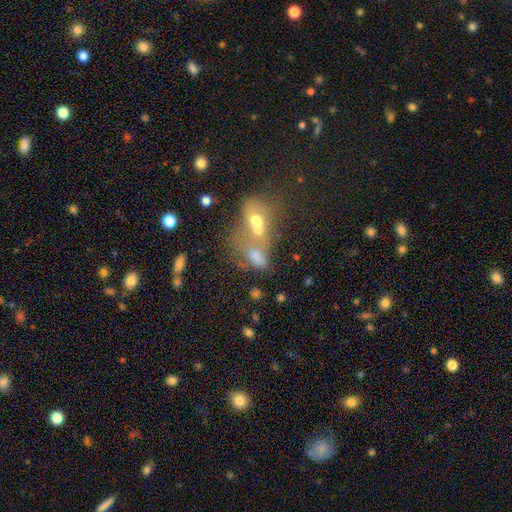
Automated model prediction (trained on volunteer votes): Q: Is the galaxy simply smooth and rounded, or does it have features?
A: smooth — 56%.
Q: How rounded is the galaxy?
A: in between — 74%.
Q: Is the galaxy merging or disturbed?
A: merger — 68%.